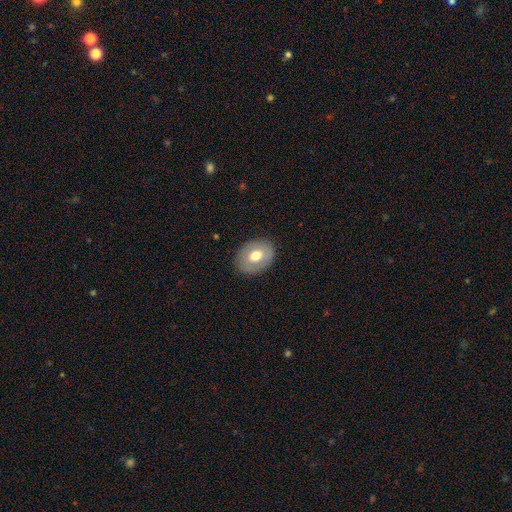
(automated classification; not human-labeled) Q: Smooth or featured?
A: smooth (63%); runner-up: featured or disk (30%)
Q: How rounded?
A: in between (62%); runner-up: round (38%)
Q: Merging?
A: none (85%); runner-up: minor disturbance (10%)